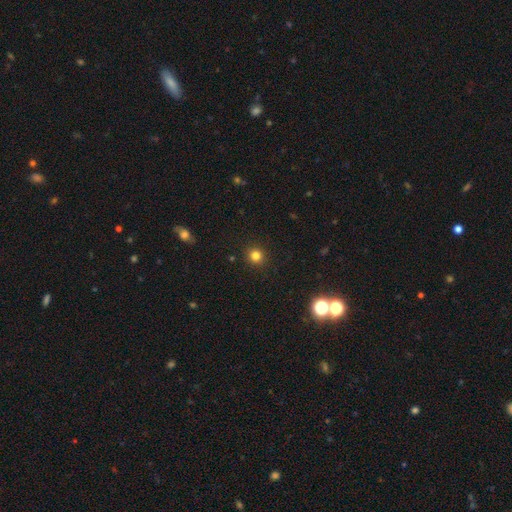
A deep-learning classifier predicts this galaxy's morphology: This appears to be a smooth galaxy with no disk features (81%) that is round (93%). Merging: none (92%).